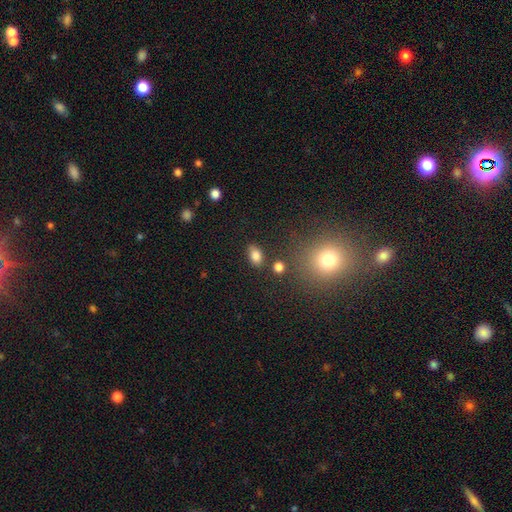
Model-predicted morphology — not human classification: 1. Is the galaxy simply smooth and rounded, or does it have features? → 83% smooth, 11% star or artifact, 7% featured or disk.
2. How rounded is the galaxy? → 82% in between, 16% round, 2% cigar-shaped.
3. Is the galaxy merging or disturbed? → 75% none, 14% minor disturbance, 7% merger, 4% major disturbance.